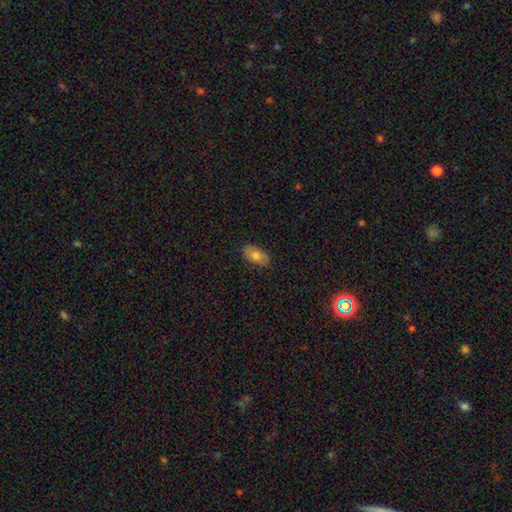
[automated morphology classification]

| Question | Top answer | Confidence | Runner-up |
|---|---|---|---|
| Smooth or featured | smooth | 74% | featured or disk (17%) |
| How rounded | in between | 92% | round (5%) |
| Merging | none | 86% | minor disturbance (11%) |